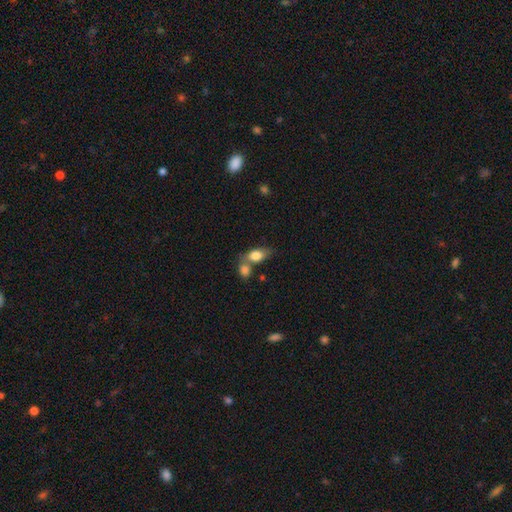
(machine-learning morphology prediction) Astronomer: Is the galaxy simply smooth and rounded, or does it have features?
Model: smooth — 81%.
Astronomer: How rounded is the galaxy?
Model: in between — 83%.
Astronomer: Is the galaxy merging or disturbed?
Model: merger — 51% (runner-up: none, 33%).